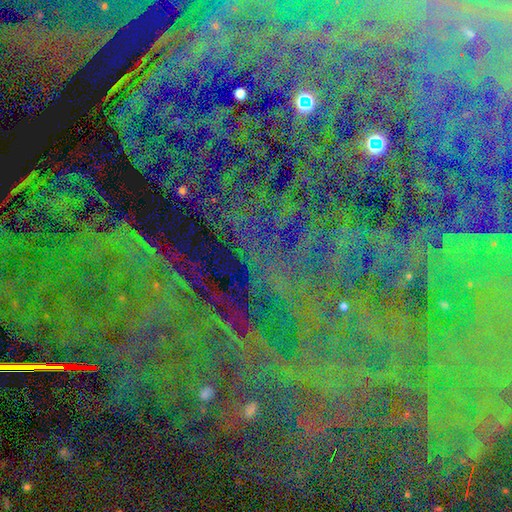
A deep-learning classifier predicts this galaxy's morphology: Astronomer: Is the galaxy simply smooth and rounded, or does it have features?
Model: star or artifact — 84%.